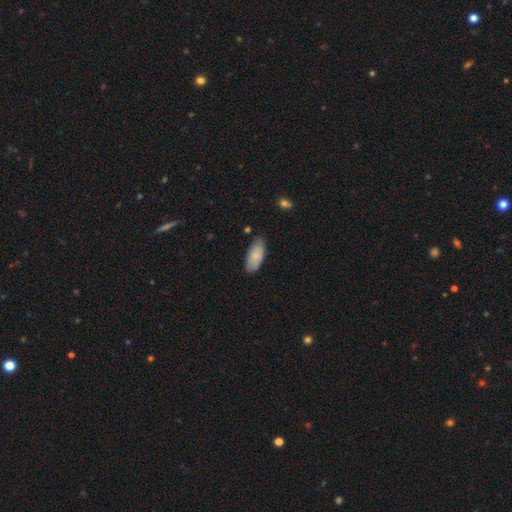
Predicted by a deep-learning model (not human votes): Morphology: type=smooth (82%); roundness=in between (89%); merging=none (77%).